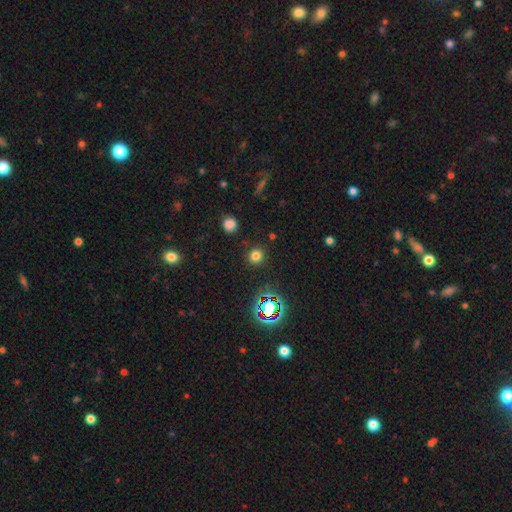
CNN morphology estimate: Q: Smooth or featured?
A: smooth (74%); runner-up: star or artifact (20%)
Q: How rounded?
A: round (90%); runner-up: in between (9%)
Q: Merging?
A: none (90%); runner-up: minor disturbance (6%)